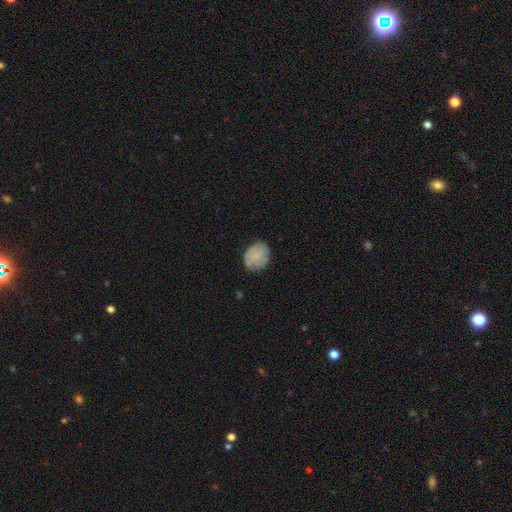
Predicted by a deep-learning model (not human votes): Morphology: type=smooth (65%); roundness=round (60%); merging=none (72%).